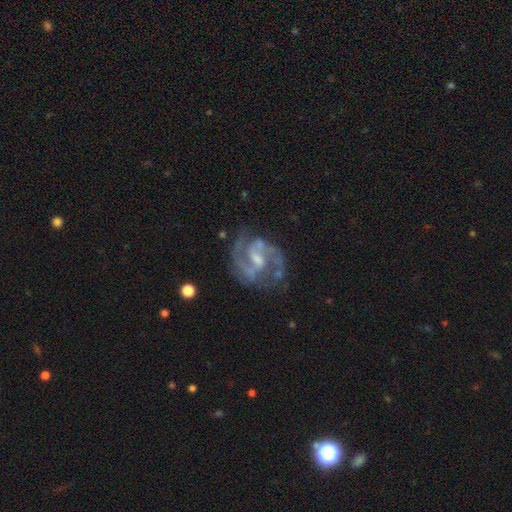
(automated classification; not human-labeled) Morphology: type=featured or disk (90%); edge-on=no (98%); bar=weak (55%); spiral arms=yes (97%); winding=medium (62%); arm count=2 (86%); bulge=small (45%); merging=none (70%).